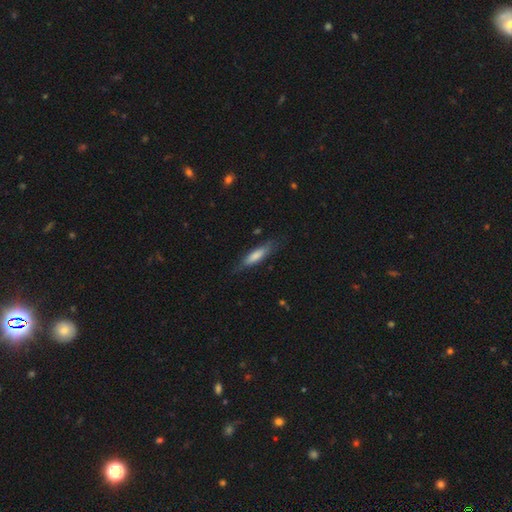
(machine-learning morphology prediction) Overall: smooth (71%). How rounded: cigar-shaped (72%). Merging: none (74%).